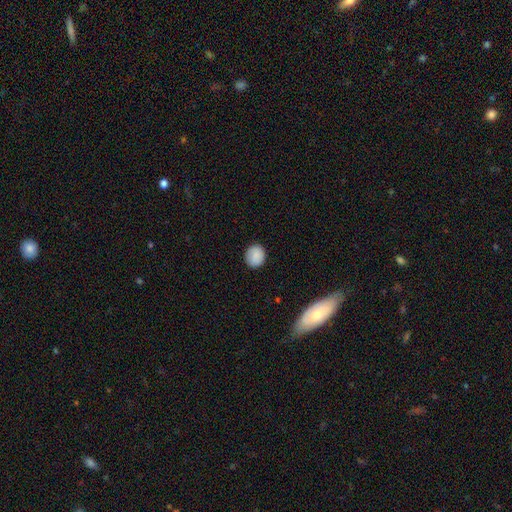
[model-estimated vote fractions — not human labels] A smooth galaxy with no disk features (87%) that is round (77%).

Vote fractions:
- Smooth or featured? smooth: 87% / star or artifact: 8% / featured or disk: 5%
- How rounded? round: 77% / in between: 22% / cigar-shaped: 1%
- Merging? none: 88% / minor disturbance: 9% / major disturbance: 2% / merger: 1%